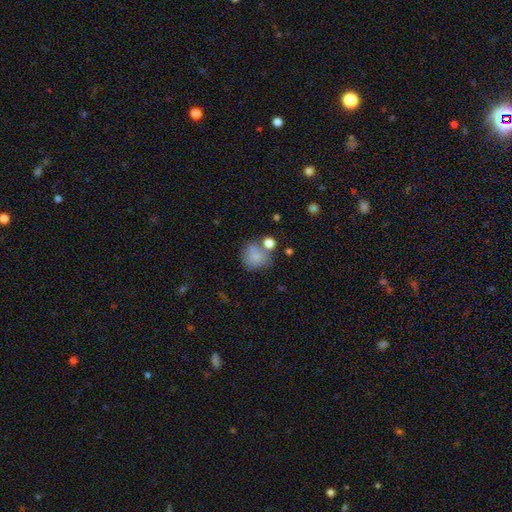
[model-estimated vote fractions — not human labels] The model was most divided on "merging": none: 52%, merger: 23%, minor disturbance: 17%, major disturbance: 8%. More confident: how rounded — round (81%); smooth or featured — smooth (78%).